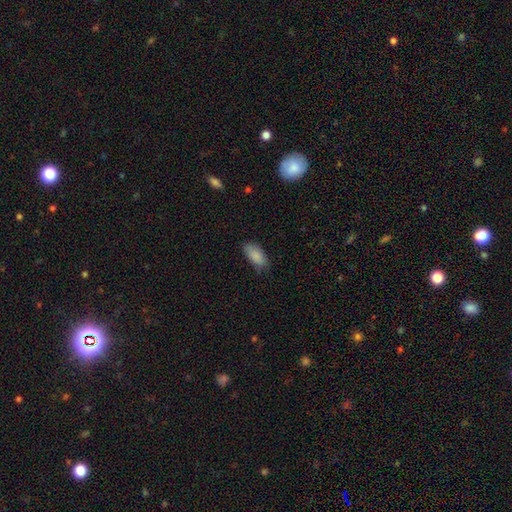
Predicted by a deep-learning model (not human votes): smooth-or-featured: smooth: 87% | star or artifact: 7% | featured or disk: 6%
  how-rounded: in between: 90% | cigar-shaped: 8% | round: 2%
  merging: none: 74% | minor disturbance: 21% | major disturbance: 4% | merger: 1%